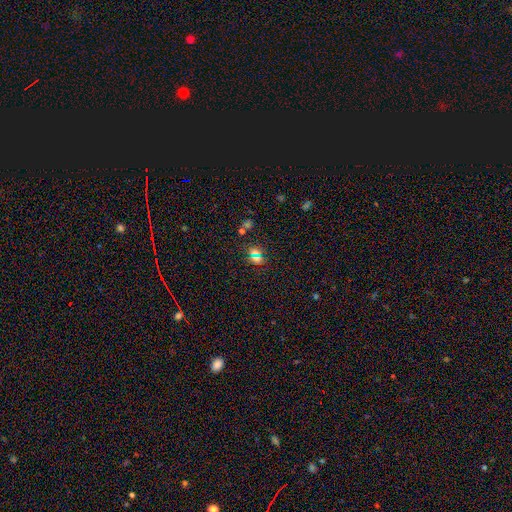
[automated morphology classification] The model was most divided on "smooth or featured": star or artifact: 50%, smooth: 39%, featured or disk: 10%.